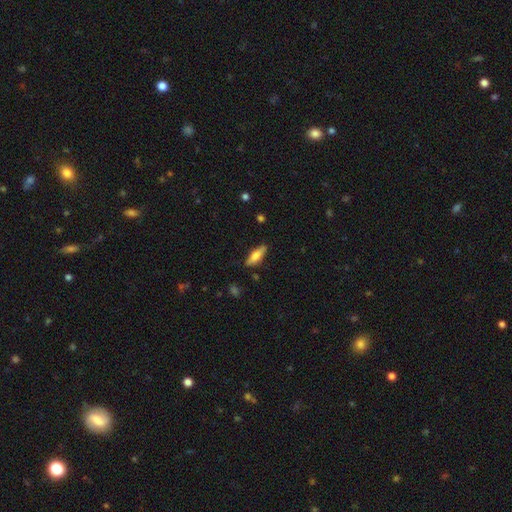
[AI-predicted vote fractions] Overall: smooth (69%). How rounded: in between (49%, tied with cigar-shaped). Merging: none (81%).